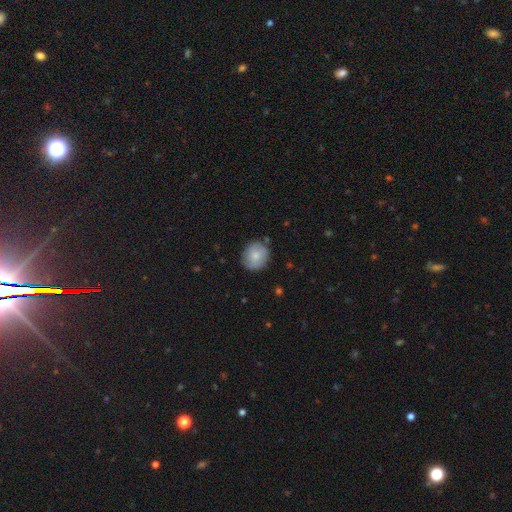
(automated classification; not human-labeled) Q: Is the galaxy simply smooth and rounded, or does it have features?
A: smooth — 79%.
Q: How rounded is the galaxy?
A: round — 83%.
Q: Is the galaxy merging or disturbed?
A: none — 83%.